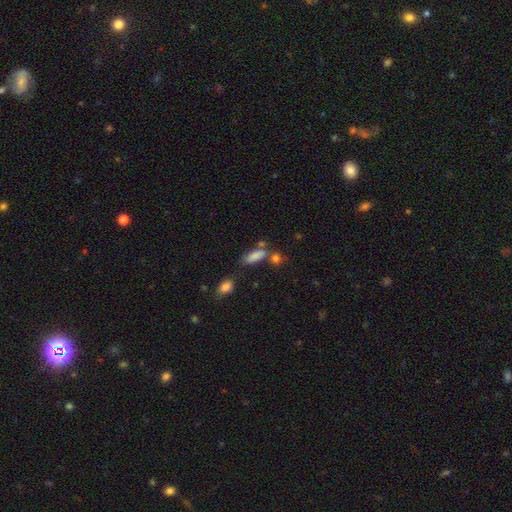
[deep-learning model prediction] Overall: smooth (82%). How rounded: in between (63%; cigar-shaped 33%). Merging: none (55%; merger 20%).